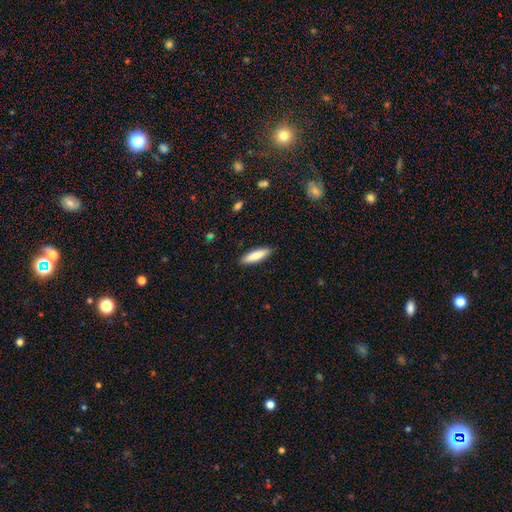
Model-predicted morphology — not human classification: type=smooth (84%); roundness=cigar-shaped (67%); merging=none (89%).